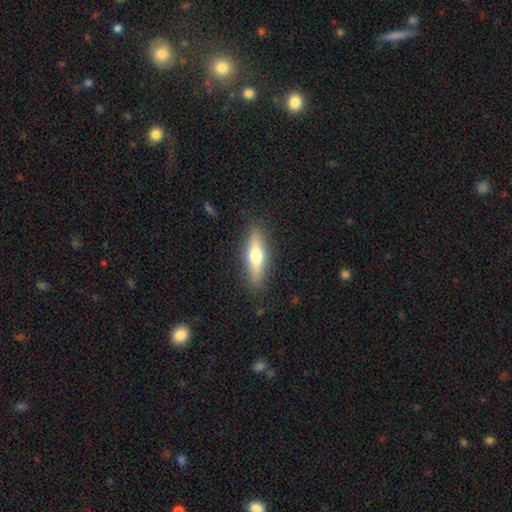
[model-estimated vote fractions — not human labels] Q: Smooth or featured?
A: smooth (49%); runner-up: featured or disk (44%)
Q: Merging?
A: none (88%); runner-up: minor disturbance (9%)